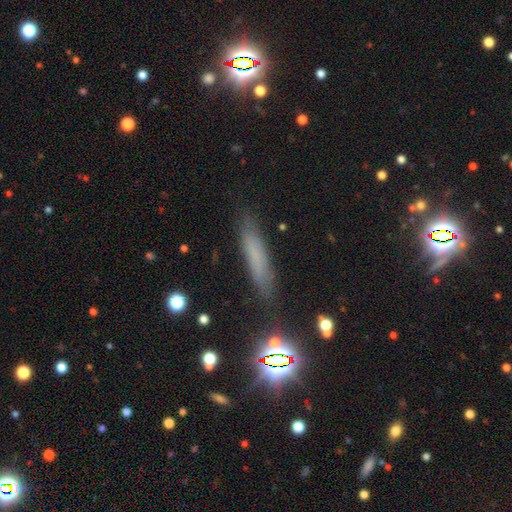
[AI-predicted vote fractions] This appears to be a smooth galaxy with no disk features (61%) that is cigar-shaped (85%). Merging: none (84%).